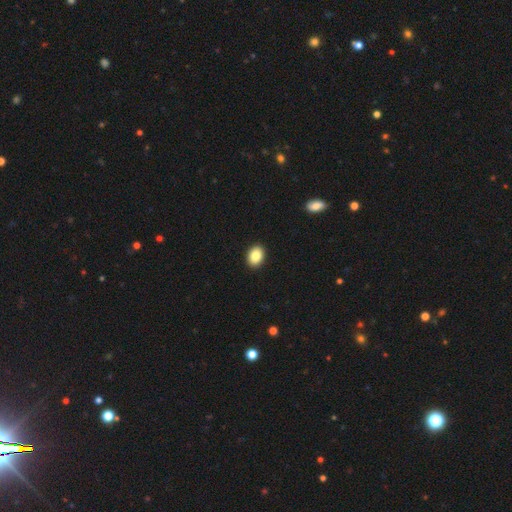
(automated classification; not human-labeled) smooth-or-featured: smooth: 87% | star or artifact: 8% | featured or disk: 5%
  how-rounded: in between: 73% | round: 26% | cigar-shaped: 1%
  merging: none: 92% | minor disturbance: 6% | major disturbance: 2% | merger: 1%